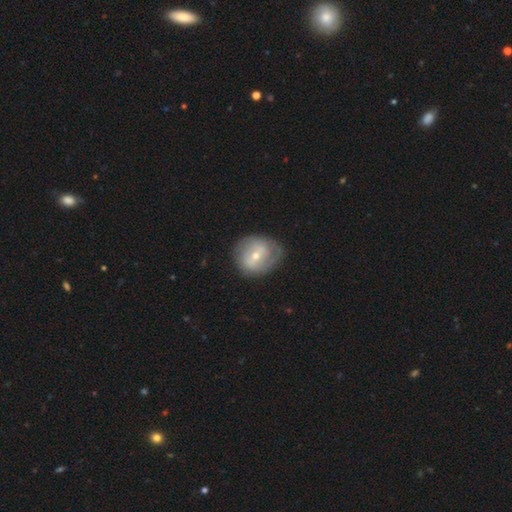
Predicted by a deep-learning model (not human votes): The model was most divided on "bar": no: 43%, weak: 41%, strong: 16%. More confident: edge-on disk — no (96%); merging — none (70%); spiral arms — yes (63%); bulge size — small (56%); smooth or featured — featured or disk (55%).